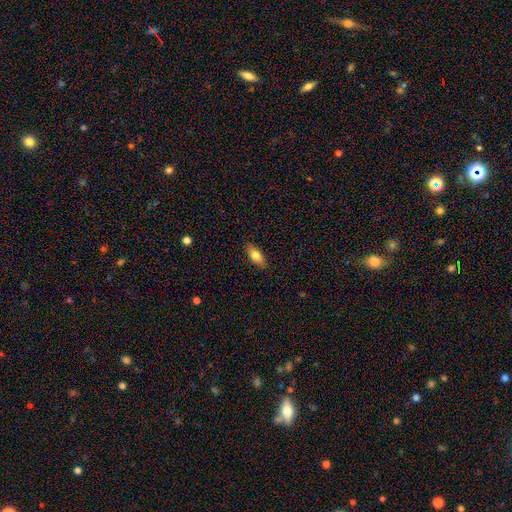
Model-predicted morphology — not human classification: Smooth or featured? smooth (76%)
How rounded? in between (74%)
Merging? none (87%)